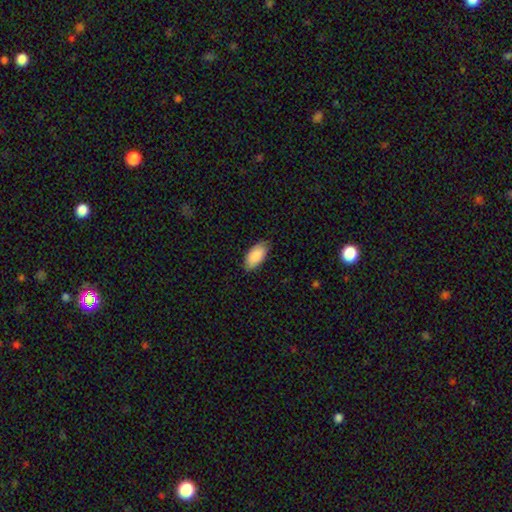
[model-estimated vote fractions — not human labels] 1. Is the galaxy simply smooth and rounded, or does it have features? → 88% smooth, 6% featured or disk, 6% star or artifact.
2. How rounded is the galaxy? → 95% in between, 3% cigar-shaped, 2% round.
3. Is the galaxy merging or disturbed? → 81% none, 16% minor disturbance, 3% major disturbance, 1% merger.